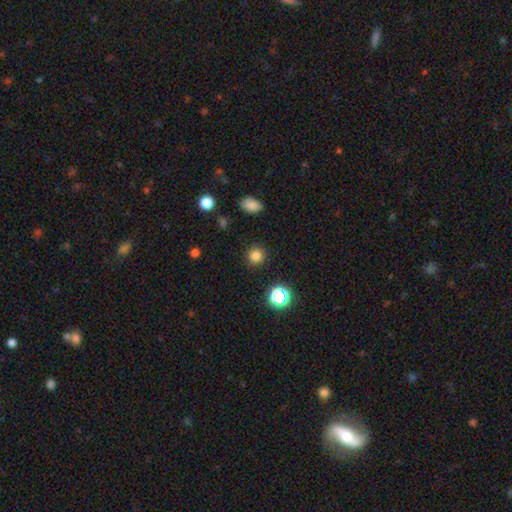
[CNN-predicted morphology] A smooth galaxy with no disk features (80%) that is round (92%).

Vote fractions:
- Smooth or featured? smooth: 80% / star or artifact: 15% / featured or disk: 4%
- How rounded? round: 92% / in between: 7% / cigar-shaped: 1%
- Merging? none: 90% / minor disturbance: 6% / major disturbance: 3% / merger: 2%